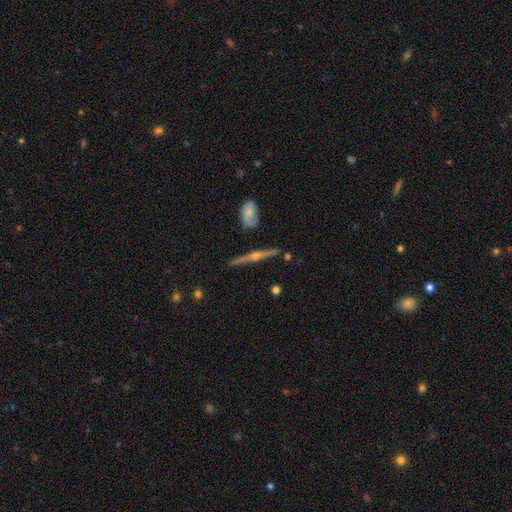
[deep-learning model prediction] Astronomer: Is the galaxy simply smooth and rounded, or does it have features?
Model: featured or disk — 82%.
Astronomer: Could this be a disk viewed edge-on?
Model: yes — 98%.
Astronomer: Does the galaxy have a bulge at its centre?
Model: rounded — 93%.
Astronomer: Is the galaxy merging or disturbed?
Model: none — 84%.